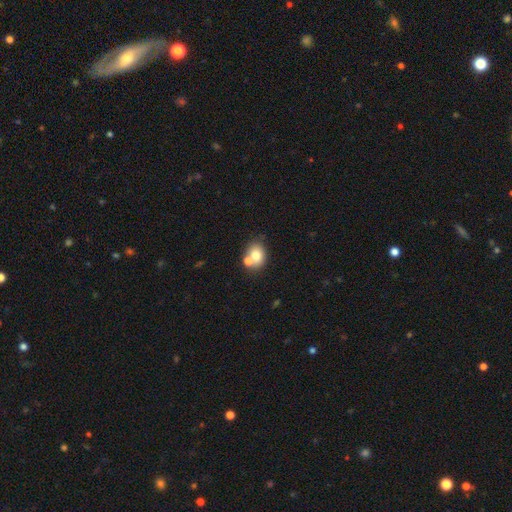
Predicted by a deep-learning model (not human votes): Smooth or featured: smooth — 73% (featured or disk — 16%)
How rounded: round — 50% (in between — 49%)
Merging: none — 48% (merger — 37%)